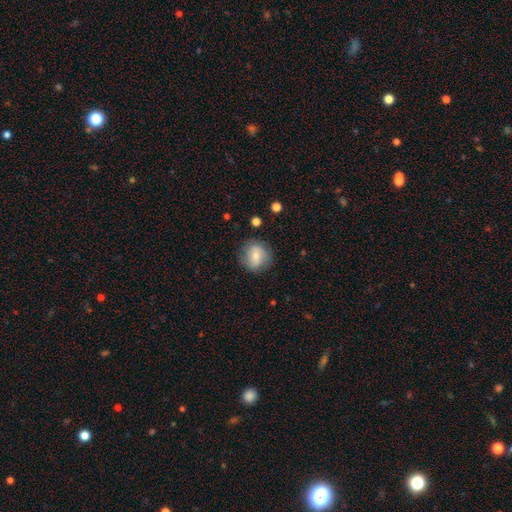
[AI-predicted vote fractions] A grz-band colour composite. It shows a smooth galaxy with no disk features (64%) that is round (83%). Merging: none (79%).